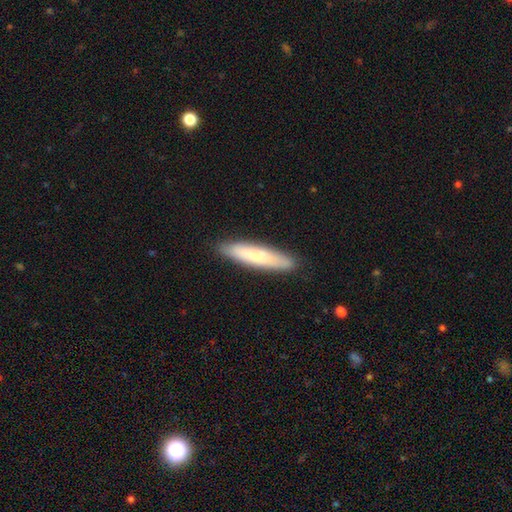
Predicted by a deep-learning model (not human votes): The model was most divided on "smooth or featured": smooth: 68%, featured or disk: 26%, star or artifact: 6%. More confident: merging — none (89%); how rounded — cigar-shaped (84%).